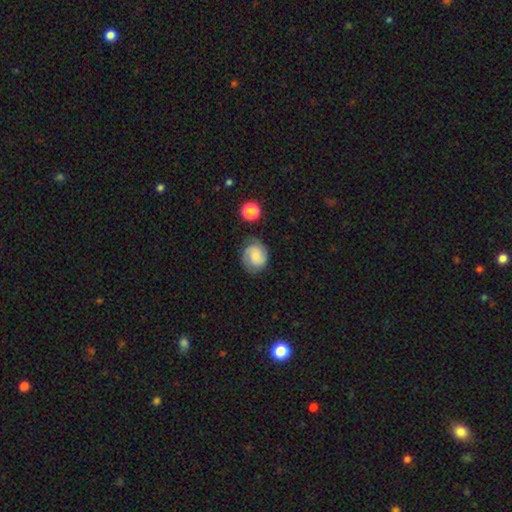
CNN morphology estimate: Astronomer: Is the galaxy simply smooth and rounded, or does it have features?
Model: featured or disk — 47% (runner-up: smooth, 43%).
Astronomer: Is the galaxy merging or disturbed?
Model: none — 73%.